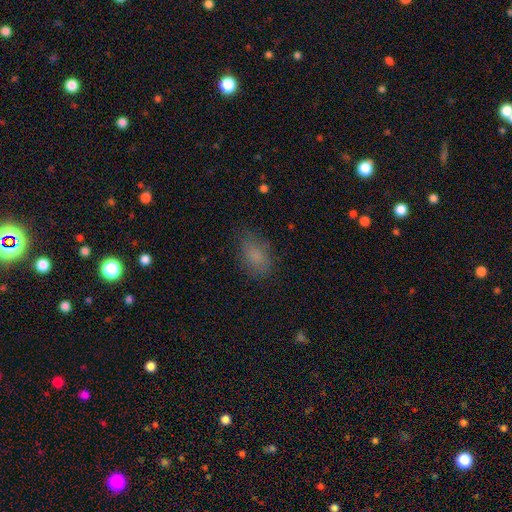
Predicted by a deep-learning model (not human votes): This appears to be a smooth galaxy with no disk features (81%) that is in between round and cigar-shaped (86%). Merging: none (73%).